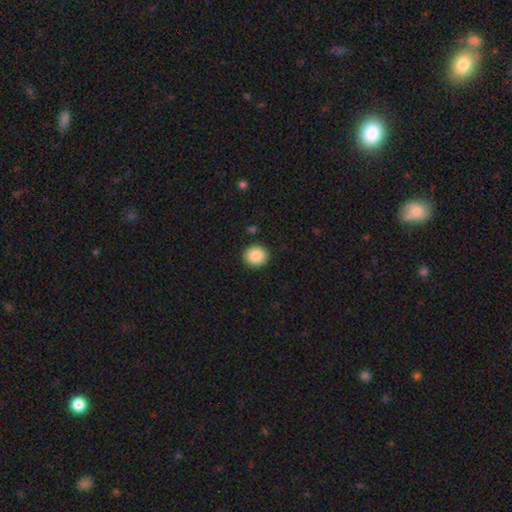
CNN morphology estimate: smooth_or_featured: smooth (p=0.88) [alt: star or artifact p=0.08]
how_rounded: round (p=0.82) [alt: in between p=0.17]
merging: none (p=0.91) [alt: minor disturbance p=0.06]